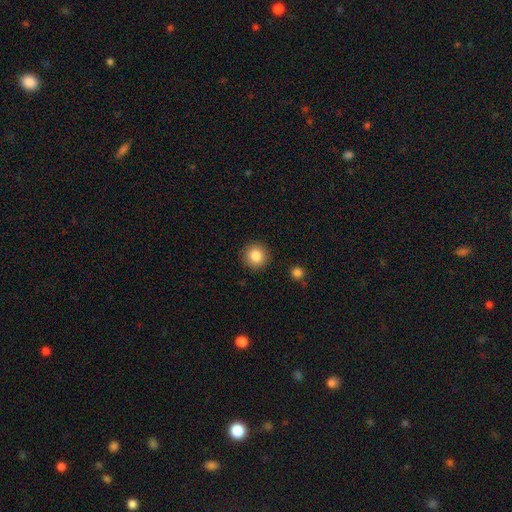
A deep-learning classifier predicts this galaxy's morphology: This is clearly a smooth galaxy (84%). How rounded: clearly round (94%). Merging: clearly none (91%).